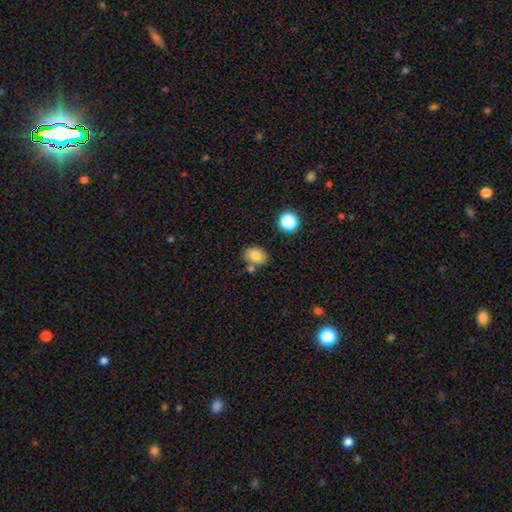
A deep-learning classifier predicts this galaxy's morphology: The model was most divided on "how rounded": in between: 67%, round: 32%, cigar-shaped: 1%. More confident: smooth or featured — smooth (79%); merging — none (69%).